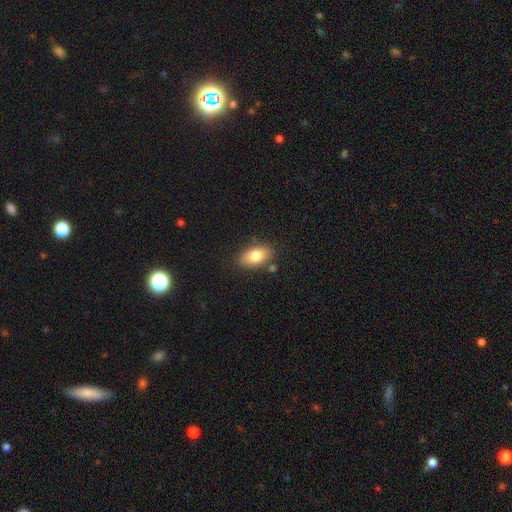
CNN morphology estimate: smooth_or_featured: smooth (p=0.78) [alt: featured or disk p=0.14]
how_rounded: in between (p=0.90) [alt: round p=0.07]
merging: none (p=0.80) [alt: minor disturbance p=0.13]